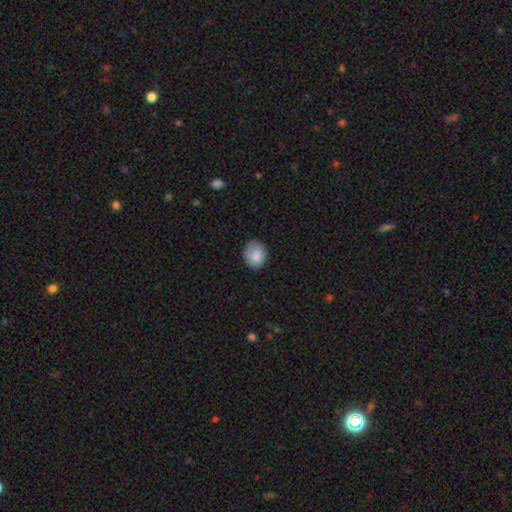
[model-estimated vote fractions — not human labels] Morphology: type=smooth (84%); roundness=round (57%); merging=none (76%).